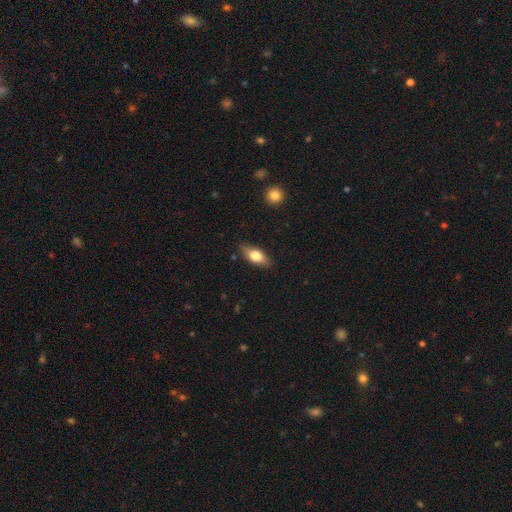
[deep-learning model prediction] Smooth or featured? Predicted: smooth (p=0.70). How rounded? Predicted: in between (p=0.80). Merging? Predicted: none (p=0.85).